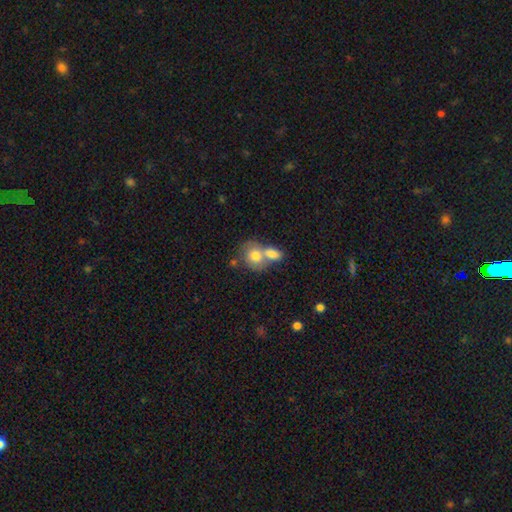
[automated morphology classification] smooth 75%, featured or disk 18%, star or artifact 7%. Down the decision tree: how rounded — round (59%); merging — merger (64%).